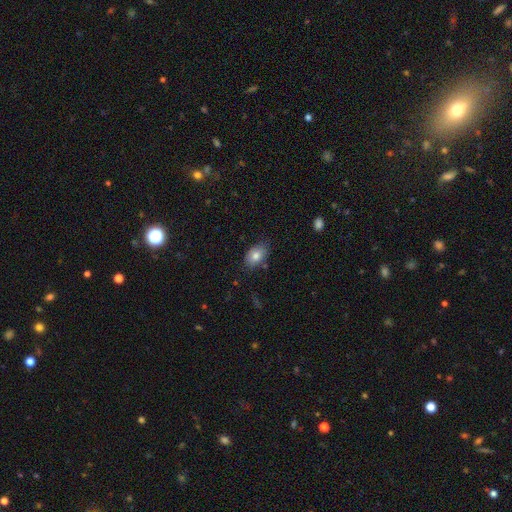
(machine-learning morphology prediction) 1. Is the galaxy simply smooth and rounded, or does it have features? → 81% smooth, 11% featured or disk, 8% star or artifact.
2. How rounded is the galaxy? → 85% in between, 13% round, 1% cigar-shaped.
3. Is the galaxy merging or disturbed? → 76% none, 18% minor disturbance, 3% major disturbance, 3% merger.